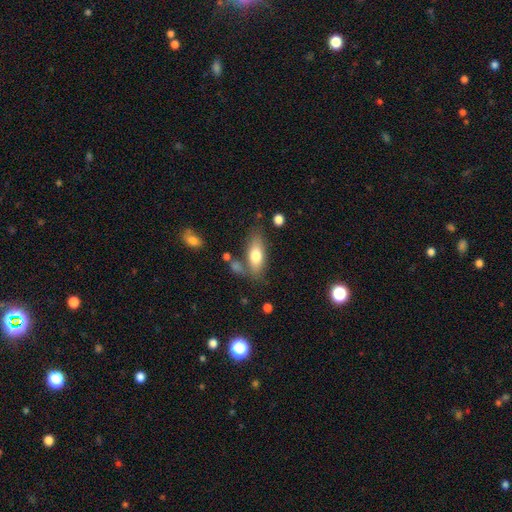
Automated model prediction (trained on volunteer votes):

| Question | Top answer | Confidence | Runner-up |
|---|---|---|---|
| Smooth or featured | smooth | 72% | featured or disk (22%) |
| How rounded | in between | 75% | cigar-shaped (22%) |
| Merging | none | 69% | minor disturbance (17%) |